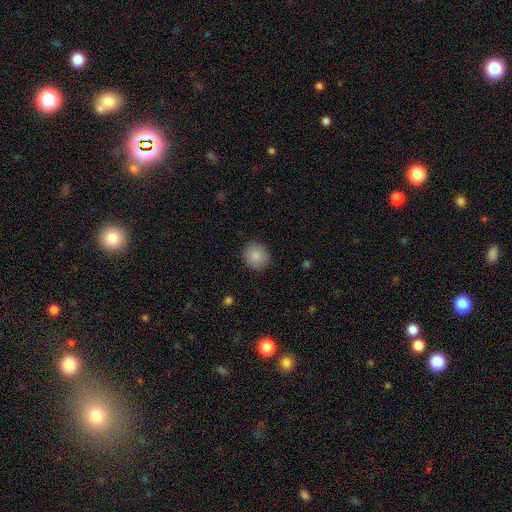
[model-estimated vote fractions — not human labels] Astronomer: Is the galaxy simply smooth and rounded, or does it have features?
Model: smooth — 87%.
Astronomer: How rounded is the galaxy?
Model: round — 92%.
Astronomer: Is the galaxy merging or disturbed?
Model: none — 91%.